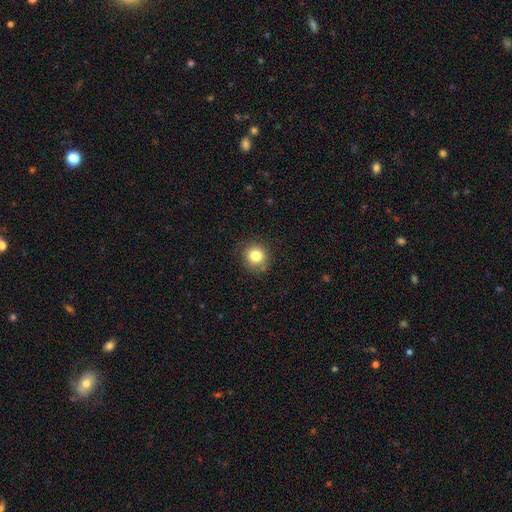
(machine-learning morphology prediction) The model was most divided on "smooth or featured": smooth: 81%, star or artifact: 11%, featured or disk: 8%. More confident: how rounded — round (88%); merging — none (84%).